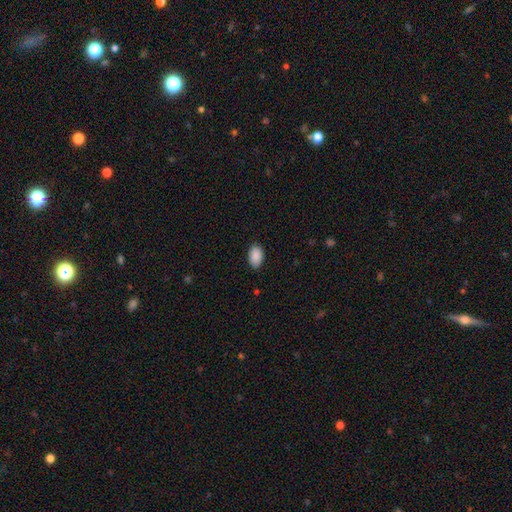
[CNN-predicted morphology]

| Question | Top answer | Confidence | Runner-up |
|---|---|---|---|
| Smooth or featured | smooth | 90% | star or artifact (7%) |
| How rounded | in between | 92% | round (7%) |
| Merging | none | 86% | minor disturbance (11%) |